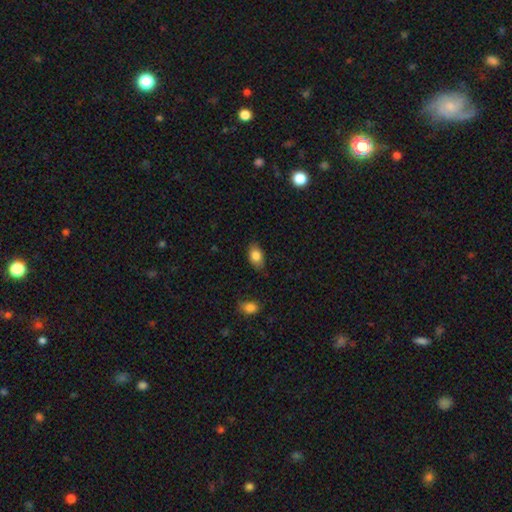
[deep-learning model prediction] Smooth or featured?
  - smooth: 82% *
  - featured or disk: 10%
  - star or artifact: 8%
How rounded?
  - in between: 89% *
  - round: 10%
  - cigar-shaped: 2%
Merging?
  - none: 81% *
  - minor disturbance: 14%
  - major disturbance: 3%
  - merger: 1%